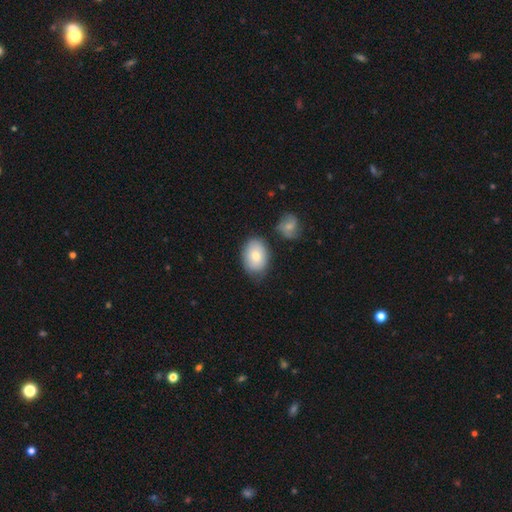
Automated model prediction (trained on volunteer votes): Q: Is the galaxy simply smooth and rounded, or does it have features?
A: smooth — 78%.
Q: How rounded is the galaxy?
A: in between — 79%.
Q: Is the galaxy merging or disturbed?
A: none — 70%.